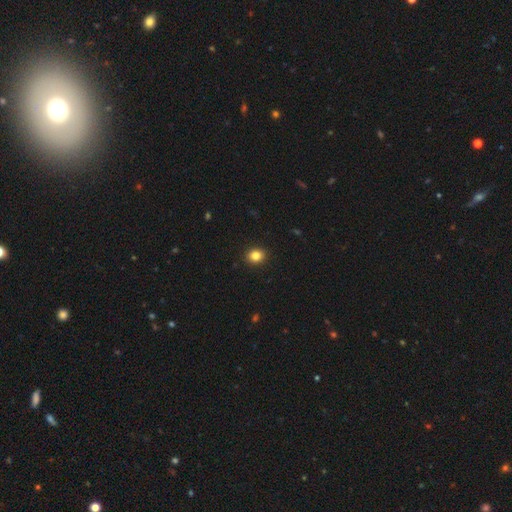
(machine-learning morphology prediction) Smooth or featured? Predicted: smooth (p=0.84). How rounded? Predicted: round (p=0.67). Merging? Predicted: none (p=0.92).